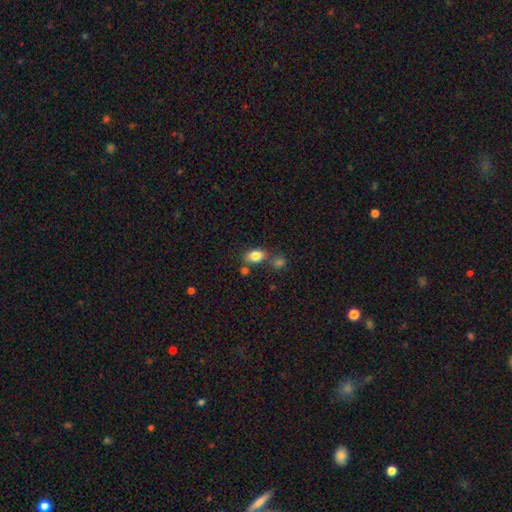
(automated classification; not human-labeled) Smooth or featured? smooth (83%)
How rounded? in between (82%)
Merging? none (62%)